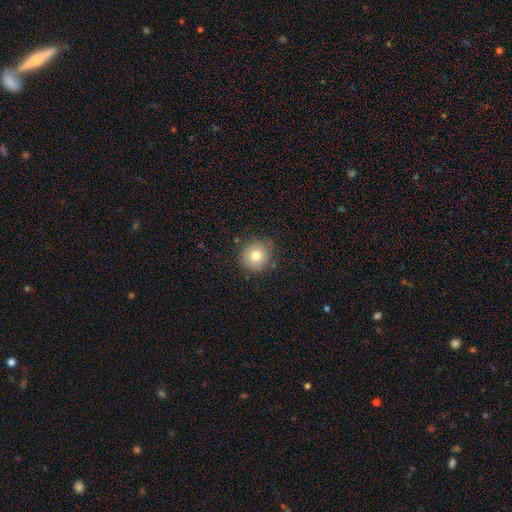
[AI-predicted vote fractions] Q: Smooth or featured?
A: smooth (76%); runner-up: featured or disk (13%)
Q: How rounded?
A: round (90%); runner-up: in between (9%)
Q: Merging?
A: none (80%); runner-up: minor disturbance (15%)